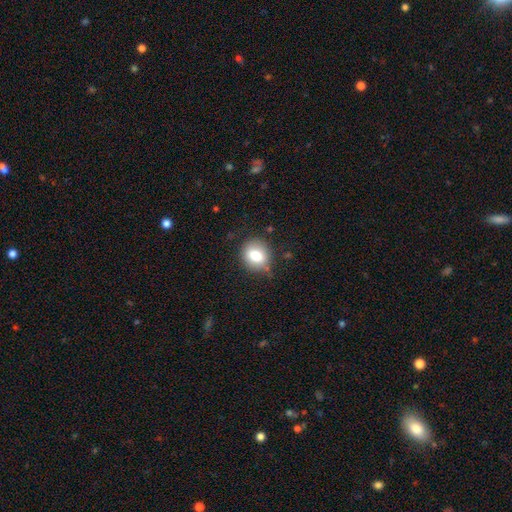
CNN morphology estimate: The model was most divided on "how rounded": round: 67%, in between: 32%, cigar-shaped: 1%. More confident: merging — none (79%); smooth or featured — smooth (79%).